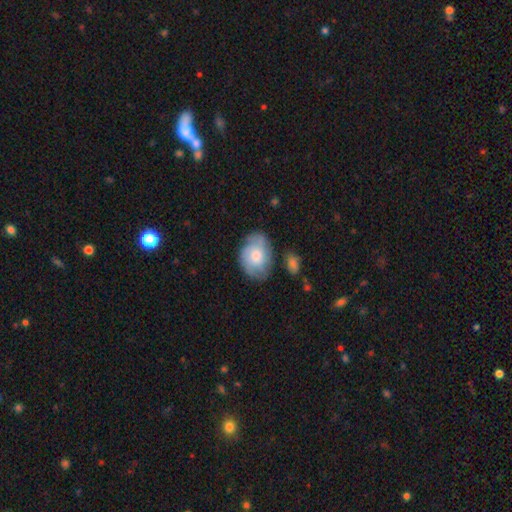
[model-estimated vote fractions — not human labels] Morphology: type=featured or disk (47%); merging=none (65%).